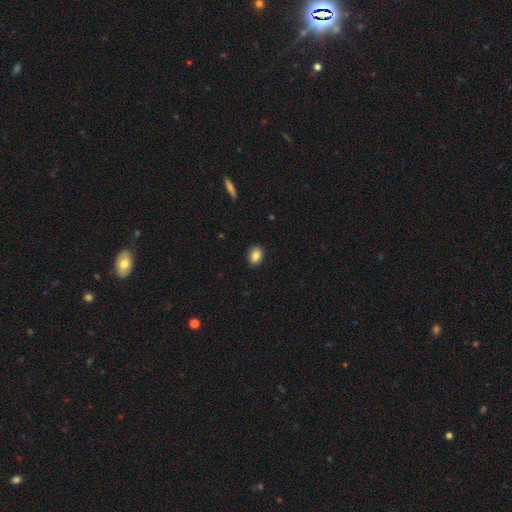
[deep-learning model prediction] smooth 86%, star or artifact 8%, featured or disk 6%. Down the decision tree: how rounded — in between (70%); merging — none (90%).